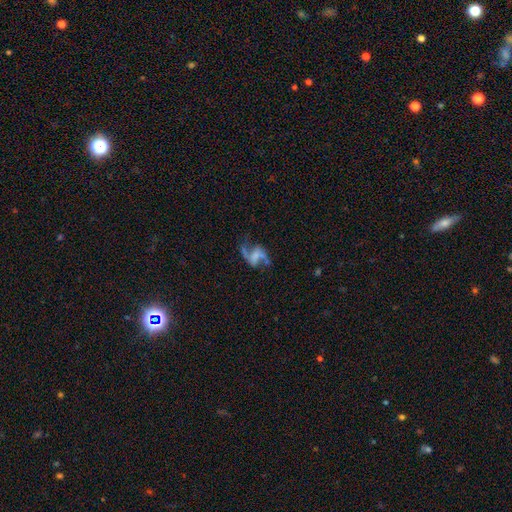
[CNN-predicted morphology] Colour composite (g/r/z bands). It shows a featured or disk galaxy (73%) with no bar (45%), 2 (85%) loose (79%) spiral arms (82%) and no central bulge (65%). Merging: none (44%).